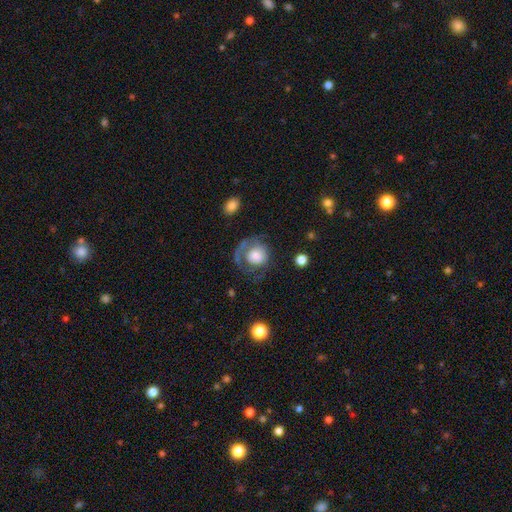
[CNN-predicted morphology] Overall: smooth (51%; featured or disk 41%). How rounded: round (80%). Merging: none (44%; major disturbance 33%).